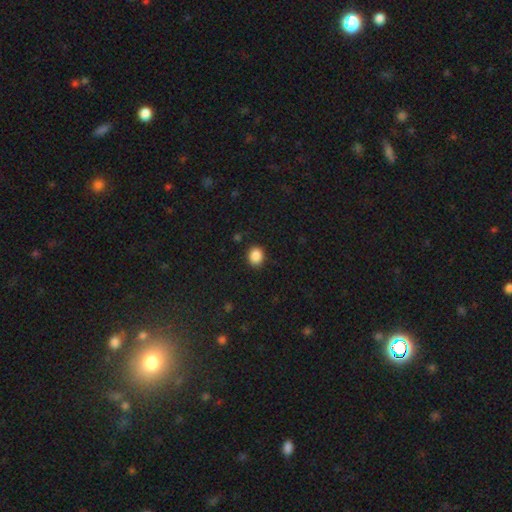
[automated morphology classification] This appears to be a smooth galaxy with no disk features (87%) that is round (66%). Merging: none (89%).